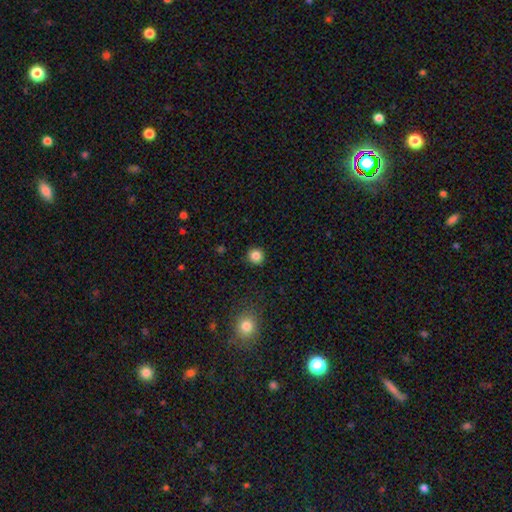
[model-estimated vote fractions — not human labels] A smooth galaxy with no disk features (84%) that is round (93%). Merging: none (91%).